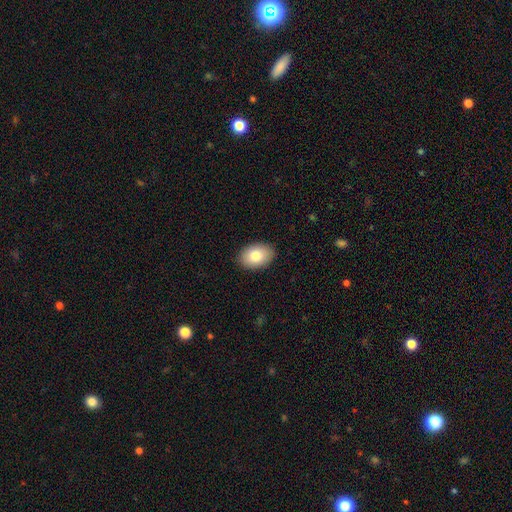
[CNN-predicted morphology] This is clearly a smooth galaxy (82%). How rounded: clearly in between (87%). Merging: clearly none (90%).